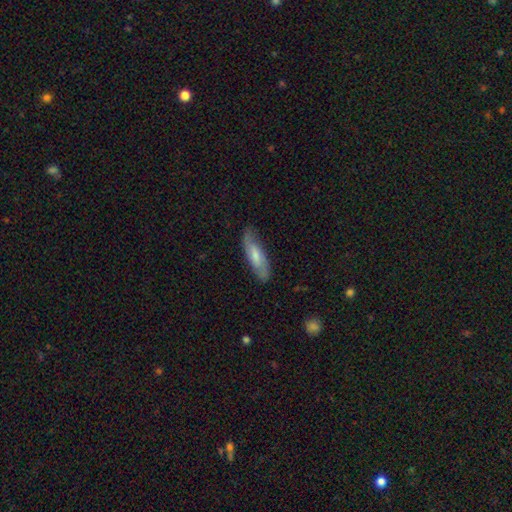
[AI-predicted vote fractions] Q: Smooth or featured?
A: smooth (54%); runner-up: featured or disk (40%)
Q: How rounded?
A: cigar-shaped (53%); runner-up: in between (45%)
Q: Merging?
A: none (80%); runner-up: minor disturbance (15%)